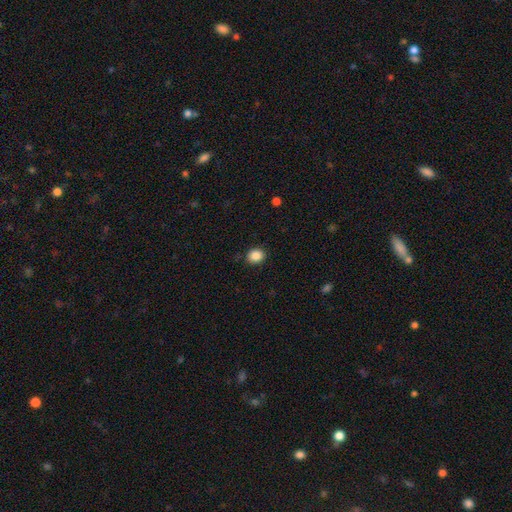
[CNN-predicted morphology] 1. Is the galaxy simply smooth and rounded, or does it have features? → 87% smooth, 10% star or artifact, 3% featured or disk.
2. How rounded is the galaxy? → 66% round, 33% in between, 1% cigar-shaped.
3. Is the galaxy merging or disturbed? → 87% none, 9% minor disturbance, 2% major disturbance, 1% merger.